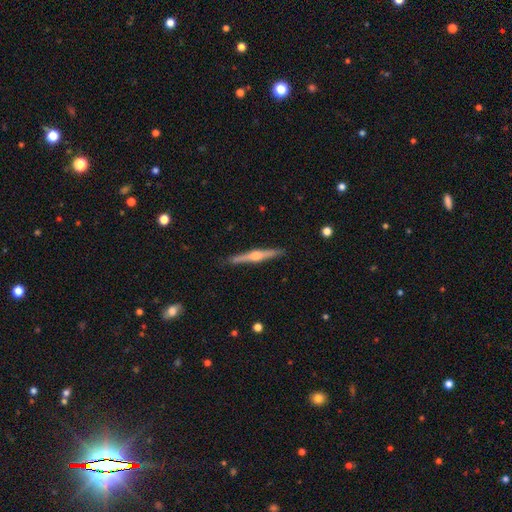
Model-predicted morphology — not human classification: Smooth or featured? Predicted: featured or disk (p=0.77). Edge-on disk? Predicted: yes (p=0.98). Edge-on bulge? Predicted: rounded (p=0.91). Merging? Predicted: none (p=0.90).